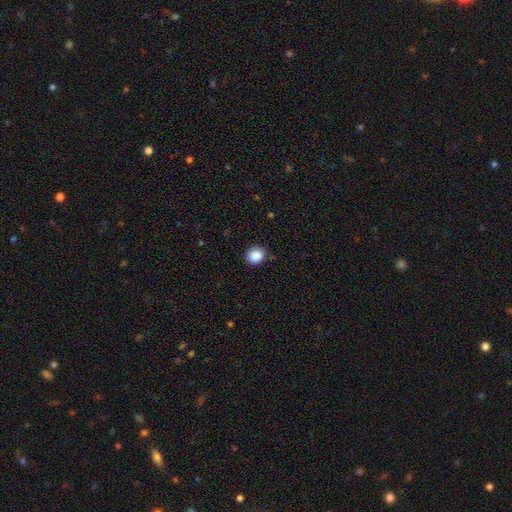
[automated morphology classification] Overall: smooth (88%). How rounded: round (79%). Merging: none (85%).